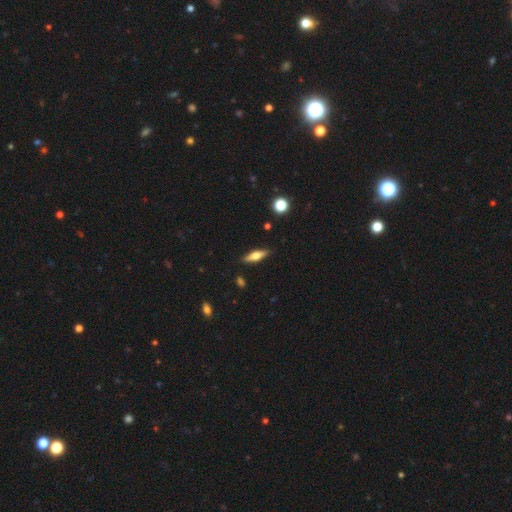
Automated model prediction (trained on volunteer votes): smooth 47%, featured or disk 46%, star or artifact 7%. Down the decision tree: merging — none (87%).